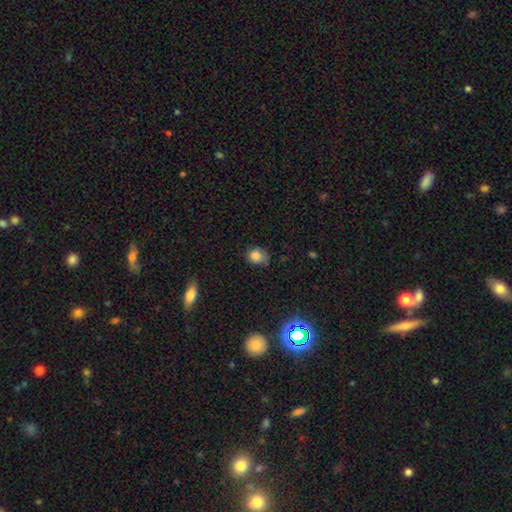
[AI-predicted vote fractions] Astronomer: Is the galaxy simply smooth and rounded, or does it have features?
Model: smooth — 81%.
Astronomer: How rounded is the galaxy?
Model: round — 64%.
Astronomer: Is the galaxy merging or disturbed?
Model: none — 61%.